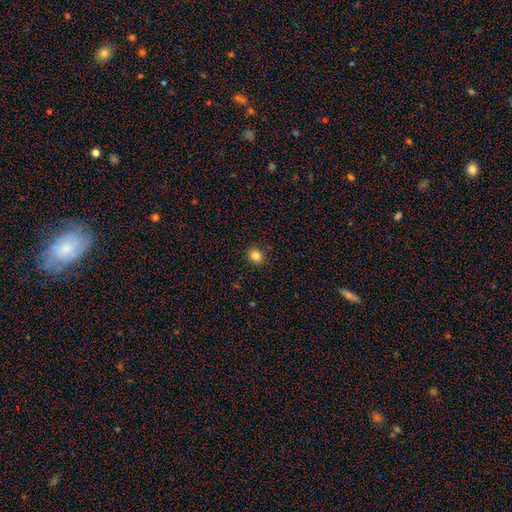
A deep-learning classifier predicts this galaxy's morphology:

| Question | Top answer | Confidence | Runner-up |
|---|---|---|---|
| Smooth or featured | smooth | 84% | star or artifact (11%) |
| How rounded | round | 58% | in between (41%) |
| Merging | none | 89% | minor disturbance (8%) |